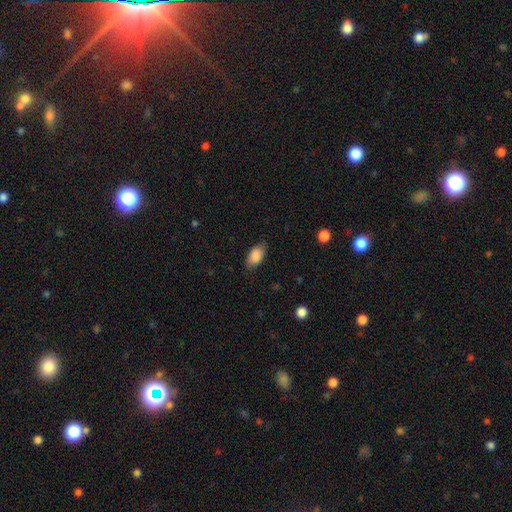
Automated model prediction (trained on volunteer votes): Overall: smooth (87%). How rounded: in between (91%). Merging: none (80%).